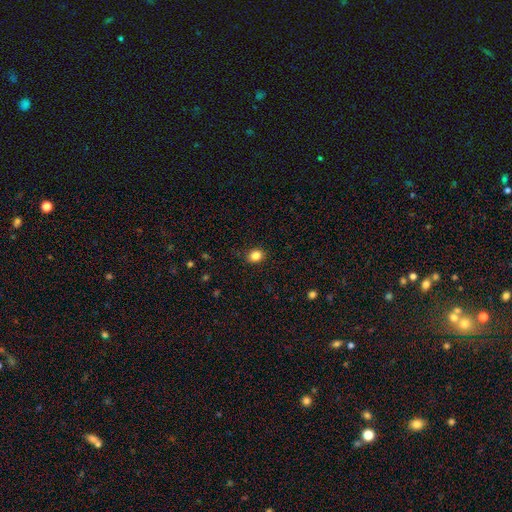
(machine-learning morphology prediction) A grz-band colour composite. It shows a smooth galaxy with no disk features (84%) that is round (59%). Merging: none (88%).